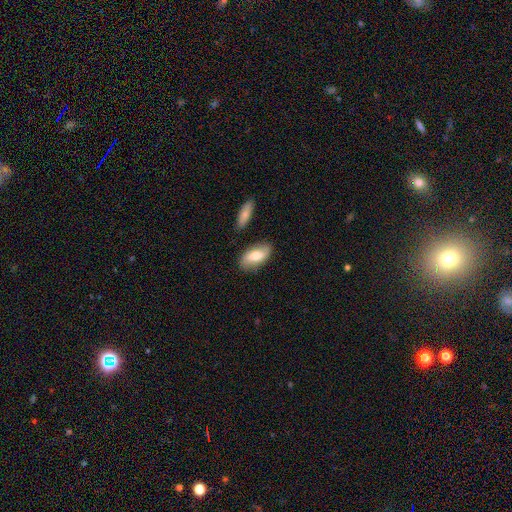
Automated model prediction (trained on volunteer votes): Overall: smooth (67%; featured or disk 27%). How rounded: in between (91%). Merging: none (80%).